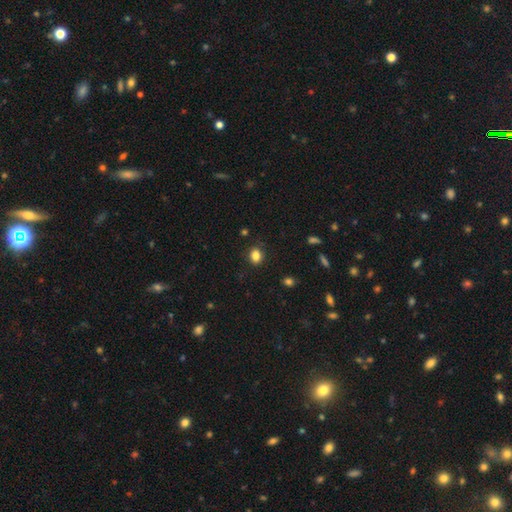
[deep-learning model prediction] Smooth or featured? Predicted: smooth (p=0.84). How rounded? Predicted: in between (p=0.55). Merging? Predicted: none (p=0.84).